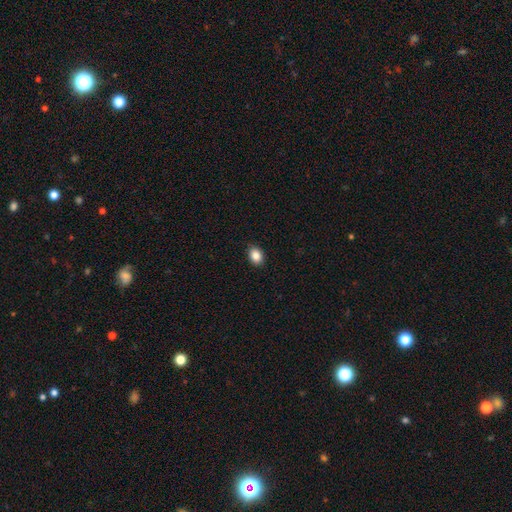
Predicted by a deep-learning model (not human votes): This is clearly a smooth galaxy (87%). How rounded: likely in between (67%). Merging: clearly none (90%).